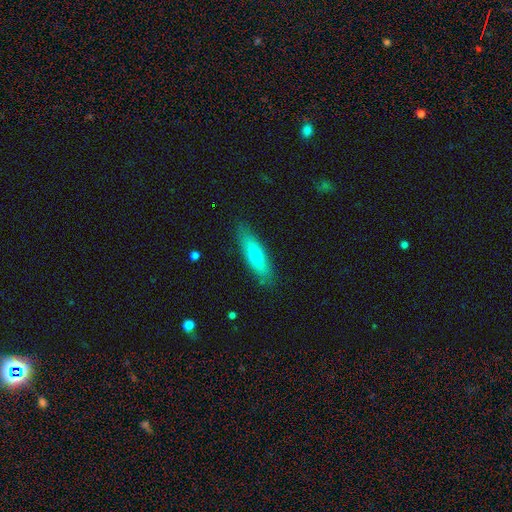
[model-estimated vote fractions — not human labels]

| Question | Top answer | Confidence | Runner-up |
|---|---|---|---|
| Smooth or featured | smooth | 57% | featured or disk (36%) |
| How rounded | cigar-shaped | 63% | in between (34%) |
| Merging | none | 86% | minor disturbance (11%) |